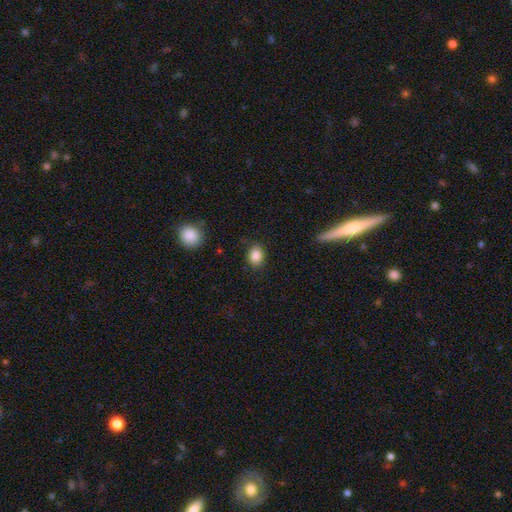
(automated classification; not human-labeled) smooth 86%, star or artifact 9%, featured or disk 5%. Down the decision tree: how rounded — in between (50%); merging — none (85%).